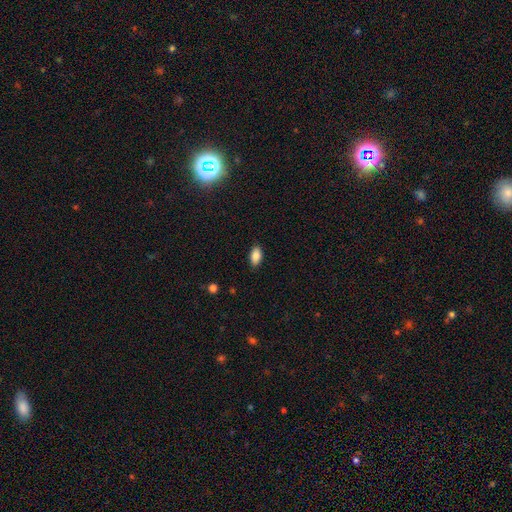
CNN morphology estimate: A smooth galaxy with no disk features (86%) that is in between round and cigar-shaped (92%). Merging: none (87%).